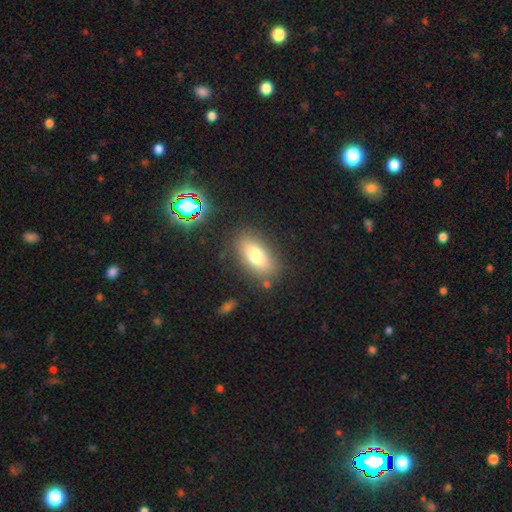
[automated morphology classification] Smooth or featured: smooth — 75% (featured or disk — 15%)
How rounded: in between — 87% (cigar-shaped — 8%)
Merging: none — 82% (minor disturbance — 11%)